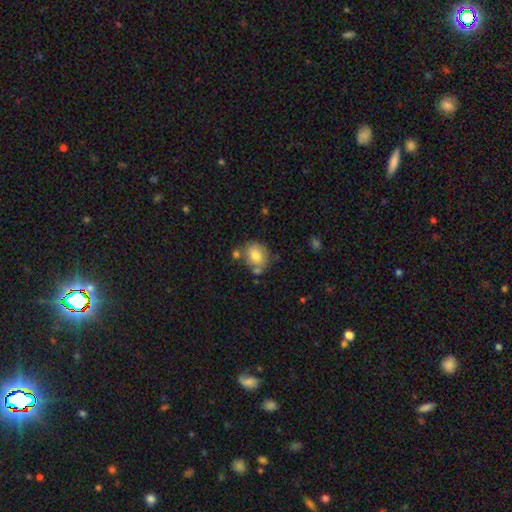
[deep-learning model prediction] Overall: smooth (74%). How rounded: round (61%; in between 38%). Merging: none (64%).